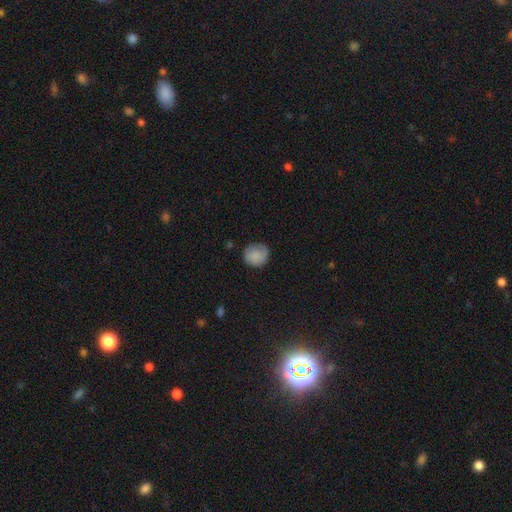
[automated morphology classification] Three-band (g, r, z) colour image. It shows a smooth galaxy with no disk features (81%) that is round (88%). Merging: none (77%).